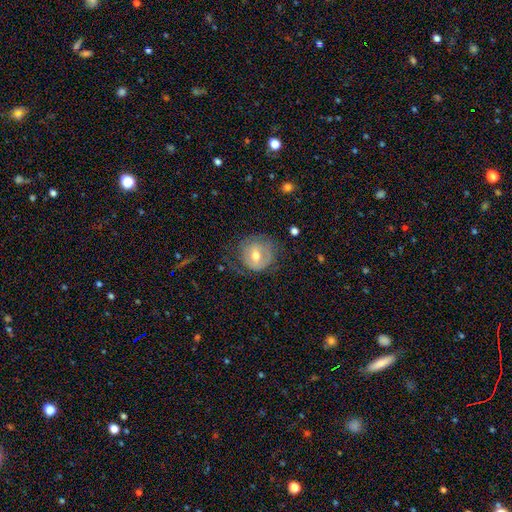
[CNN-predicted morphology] This appears to be a featured or disk galaxy (50%). Merging: none (58%).